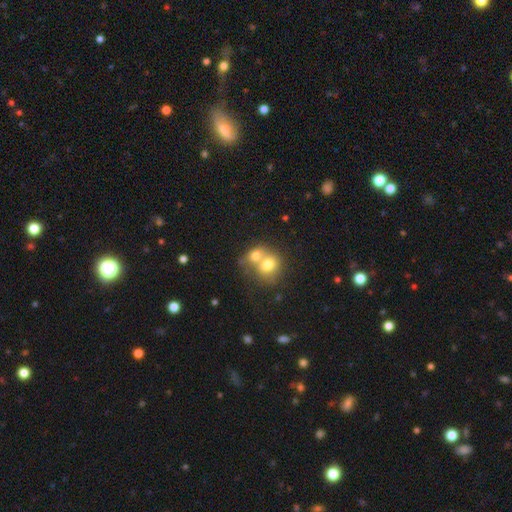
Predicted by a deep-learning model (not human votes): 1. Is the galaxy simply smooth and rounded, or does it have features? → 70% smooth, 20% featured or disk, 10% star or artifact.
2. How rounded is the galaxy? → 65% round, 34% in between, 1% cigar-shaped.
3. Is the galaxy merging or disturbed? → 69% merger, 22% none, 6% minor disturbance, 3% major disturbance.